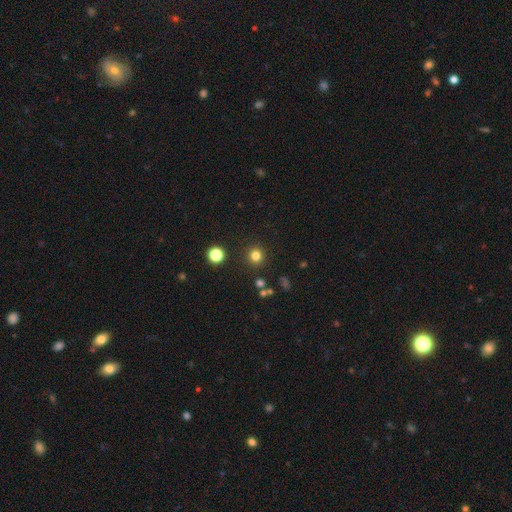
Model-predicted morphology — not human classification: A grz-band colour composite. It shows a smooth galaxy with no disk features (79%) that is round (92%). Merging: none (90%).